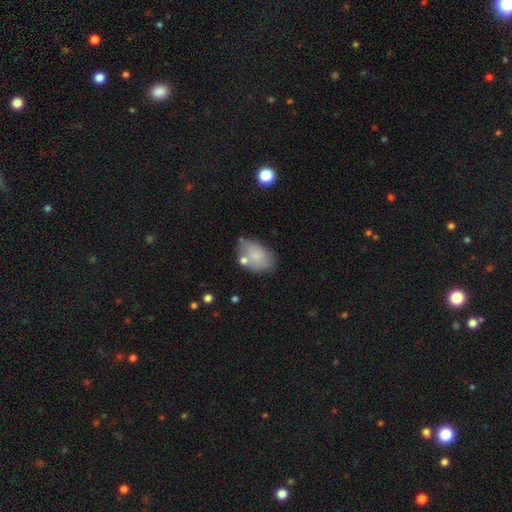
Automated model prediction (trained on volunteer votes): This is likely a smooth galaxy (73%). How rounded: clearly in between (87%). Merging: possibly none (57%).